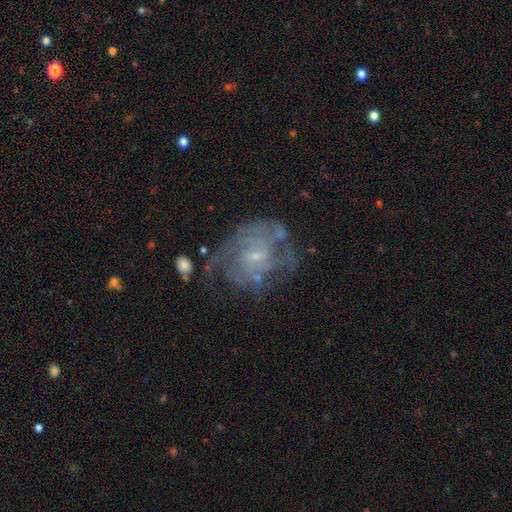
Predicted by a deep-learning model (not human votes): smooth_or_featured: featured or disk (p=0.76) [alt: smooth p=0.14]
disk_edge_on: no (p=0.97) [alt: yes p=0.03]
bar: no (p=0.66) [alt: weak p=0.30]
has_spiral_arms: yes (p=0.74) [alt: no p=0.26]
spiral_winding: tight (p=0.48) [alt: medium p=0.36]
spiral_arm_count: can't tell (p=0.52) [alt: 2 p=0.18]
bulge_size: small (p=0.76) [alt: moderate p=0.15]
merging: none (p=0.51) [alt: minor disturbance p=0.22]